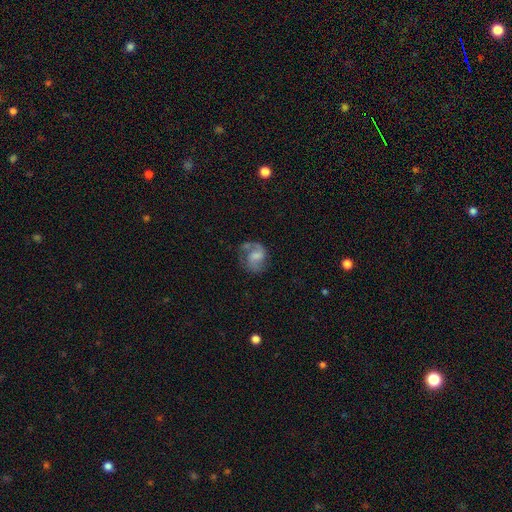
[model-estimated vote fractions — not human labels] featured or disk 68%, smooth 24%, star or artifact 8%. Down the decision tree: edge-on disk — no (98%); bar — weak (46%); spiral arms — yes (90%); spiral arm count — 2 (78%); spiral winding — medium (49%); bulge size — moderate (31%); merging — none (56%).